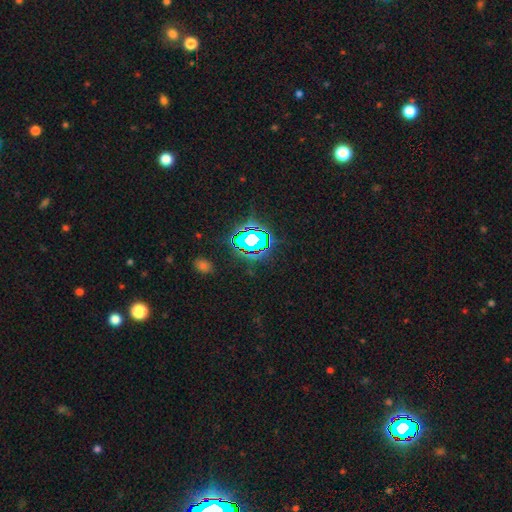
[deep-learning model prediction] Overall: star or artifact (78%).